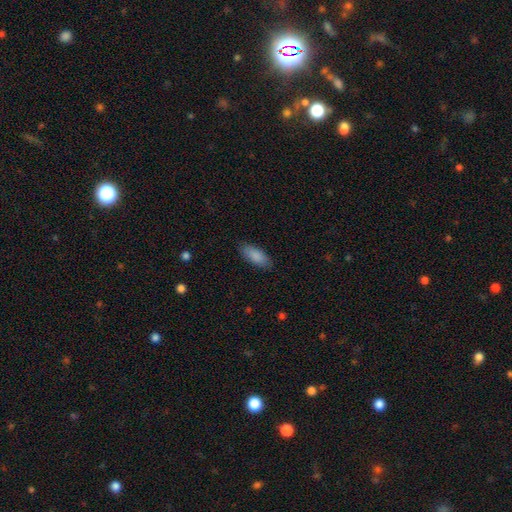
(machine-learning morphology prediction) Smooth or featured?
  - smooth: 89% *
  - star or artifact: 6%
  - featured or disk: 6%
How rounded?
  - in between: 83% *
  - cigar-shaped: 15%
  - round: 2%
Merging?
  - none: 86% *
  - minor disturbance: 11%
  - major disturbance: 2%
  - merger: 1%